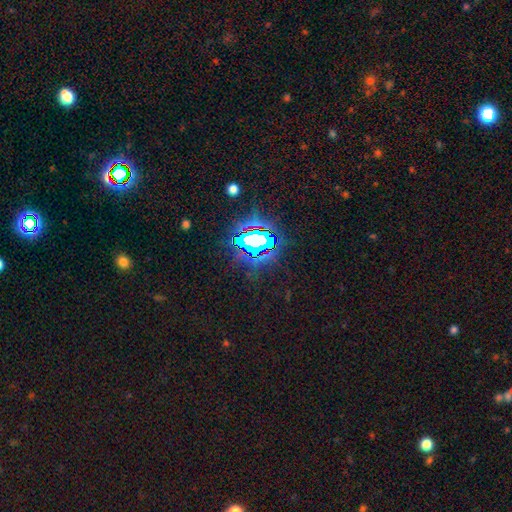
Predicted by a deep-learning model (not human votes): This is clearly a star or artifact rather than a galaxy (82%).